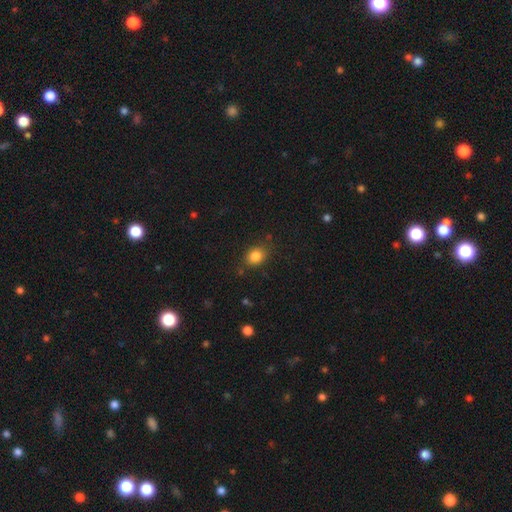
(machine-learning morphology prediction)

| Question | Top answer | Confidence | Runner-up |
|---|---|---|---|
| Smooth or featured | smooth | 84% | star or artifact (10%) |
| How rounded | in between | 57% | round (42%) |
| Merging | none | 79% | minor disturbance (15%) |